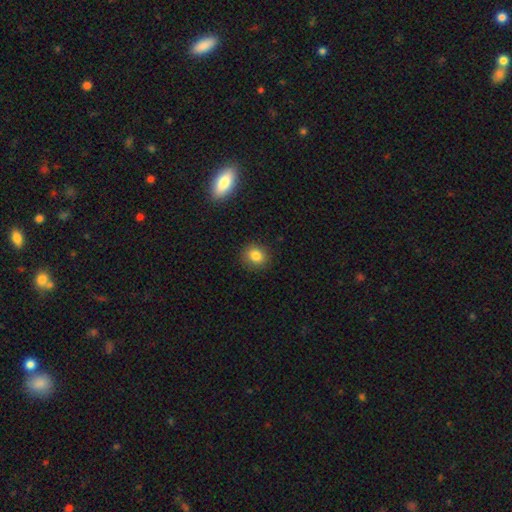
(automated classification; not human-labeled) The model was most divided on "how rounded": round: 77%, in between: 22%, cigar-shaped: 1%. More confident: merging — none (89%); smooth or featured — smooth (84%).